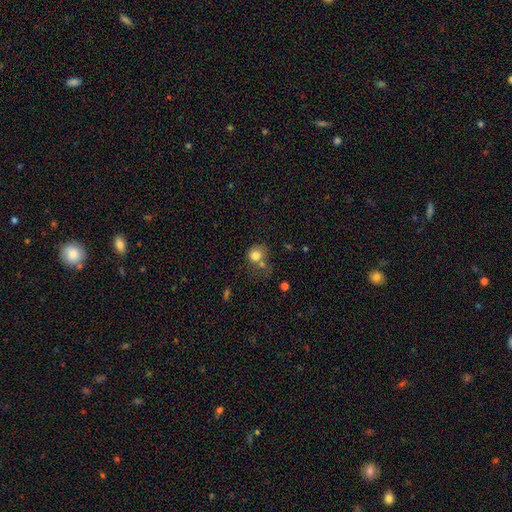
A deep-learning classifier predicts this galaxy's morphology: smooth 79%, featured or disk 11%, star or artifact 11%. Down the decision tree: how rounded — round (76%); merging — none (43%).